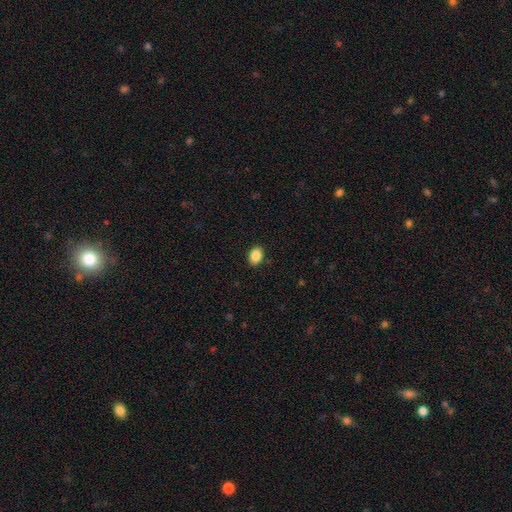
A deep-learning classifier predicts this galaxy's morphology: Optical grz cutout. It shows a smooth galaxy with no disk features (88%) that is in between round and cigar-shaped (79%). Merging: none (89%).